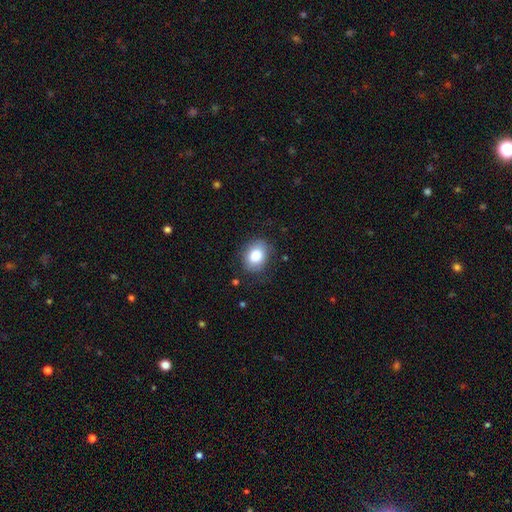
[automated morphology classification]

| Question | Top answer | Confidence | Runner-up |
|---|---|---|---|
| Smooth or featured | smooth | 82% | featured or disk (10%) |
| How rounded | in between | 59% | round (40%) |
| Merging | none | 78% | minor disturbance (16%) |